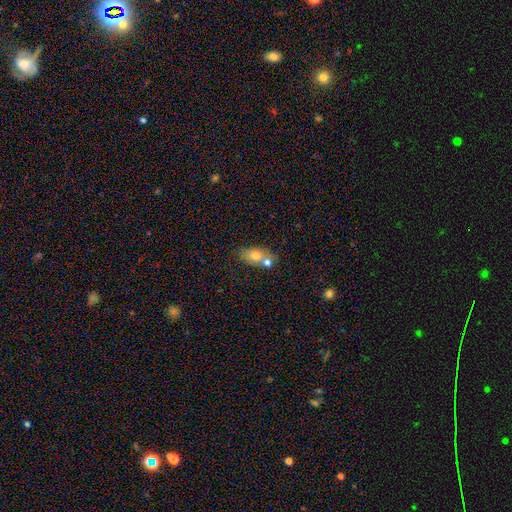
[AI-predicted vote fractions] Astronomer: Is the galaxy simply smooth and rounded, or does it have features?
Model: smooth — 71%.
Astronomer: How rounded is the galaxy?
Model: in between — 79%.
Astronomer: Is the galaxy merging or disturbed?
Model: none — 45% (runner-up: merger, 39%).